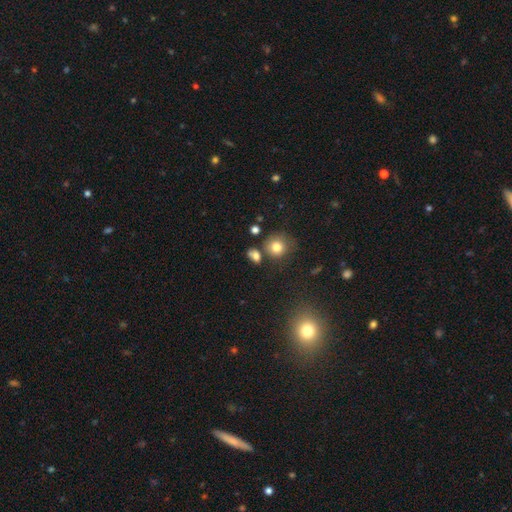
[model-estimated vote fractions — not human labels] The model was most divided on "how rounded": in between: 50%, round: 47%, cigar-shaped: 3%. More confident: smooth or featured — smooth (76%); merging — none (59%).